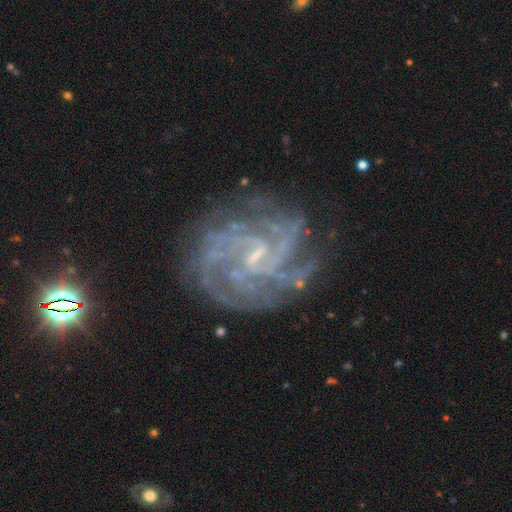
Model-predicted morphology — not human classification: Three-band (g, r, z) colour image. It shows a featured or disk galaxy (87%) with a weak bar (53%), tight (61%) spiral arms (97%) and a small central bulge (69%). Merging: none (76%).